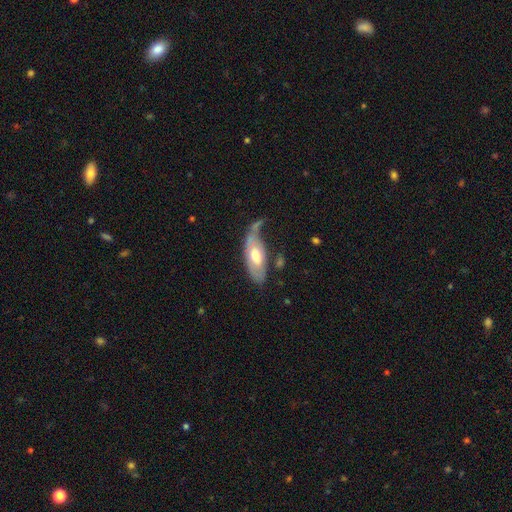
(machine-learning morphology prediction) Smooth or featured?
  - smooth: 50% *
  - featured or disk: 45%
  - star or artifact: 5%
Merging?
  - none: 37% *
  - minor disturbance: 30%
  - major disturbance: 22%
  - merger: 10%